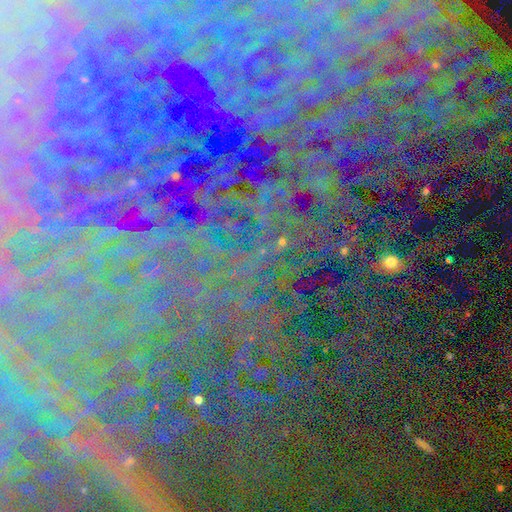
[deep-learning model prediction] smooth_or_featured: star or artifact (p=0.85) [alt: featured or disk p=0.08]